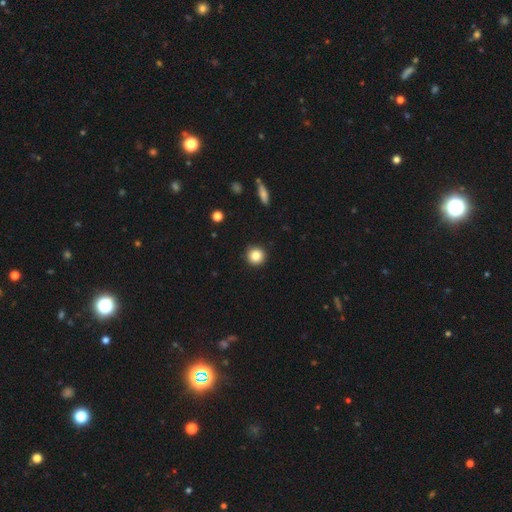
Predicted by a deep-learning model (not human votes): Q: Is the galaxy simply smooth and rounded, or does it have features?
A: smooth — 85%.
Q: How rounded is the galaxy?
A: round — 95%.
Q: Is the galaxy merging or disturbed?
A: none — 92%.